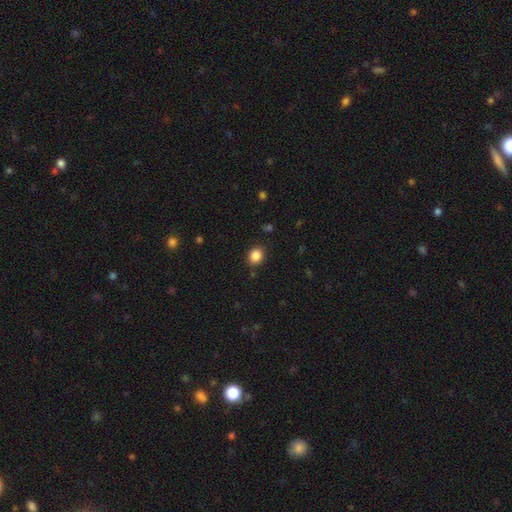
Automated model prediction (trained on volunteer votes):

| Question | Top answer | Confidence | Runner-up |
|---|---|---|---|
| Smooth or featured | smooth | 86% | star or artifact (10%) |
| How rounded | round | 64% | in between (35%) |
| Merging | none | 88% | minor disturbance (8%) |